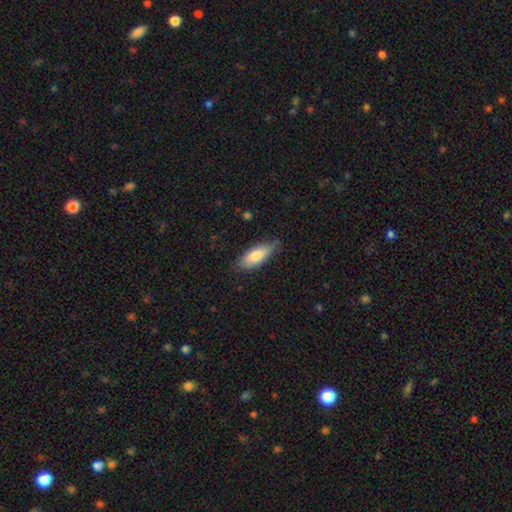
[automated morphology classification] Smooth or featured?
  - smooth: 79% *
  - featured or disk: 15%
  - star or artifact: 6%
How rounded?
  - in between: 73% *
  - cigar-shaped: 25%
  - round: 2%
Merging?
  - none: 68% *
  - minor disturbance: 26%
  - major disturbance: 4%
  - merger: 1%